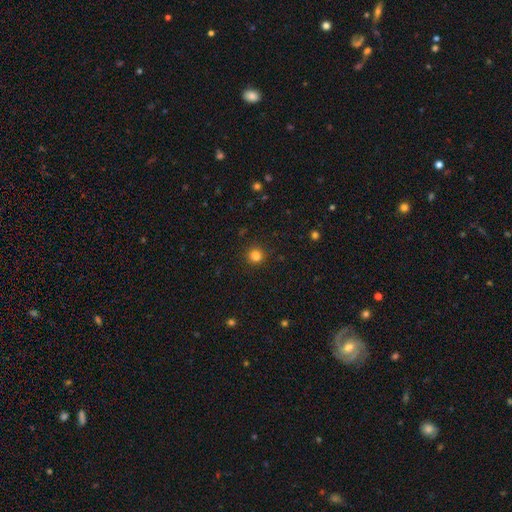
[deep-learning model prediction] Smooth or featured? Predicted: smooth (p=0.83). How rounded? Predicted: round (p=0.90). Merging? Predicted: none (p=0.89).